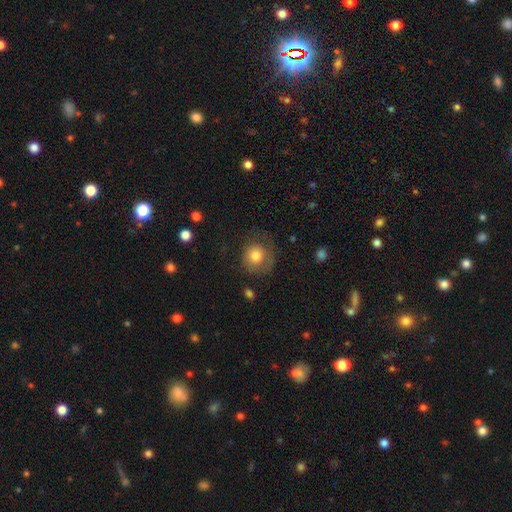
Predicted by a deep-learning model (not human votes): smooth_or_featured: smooth (p=0.72) [alt: featured or disk p=0.20]
how_rounded: round (p=0.87) [alt: in between p=0.12]
merging: none (p=0.56) [alt: minor disturbance p=0.21]